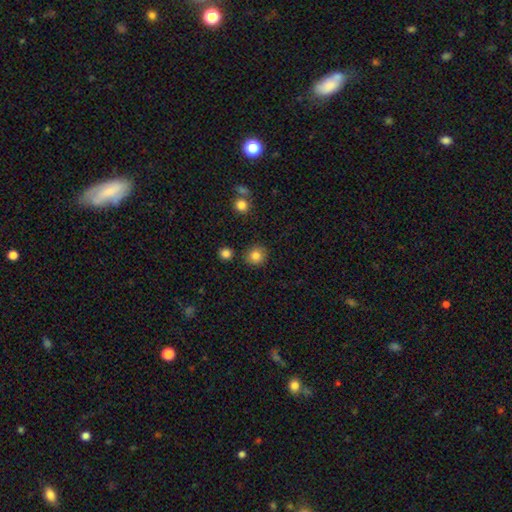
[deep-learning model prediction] This appears to be a smooth galaxy with no disk features (84%) that is round (87%). Merging: none (87%).